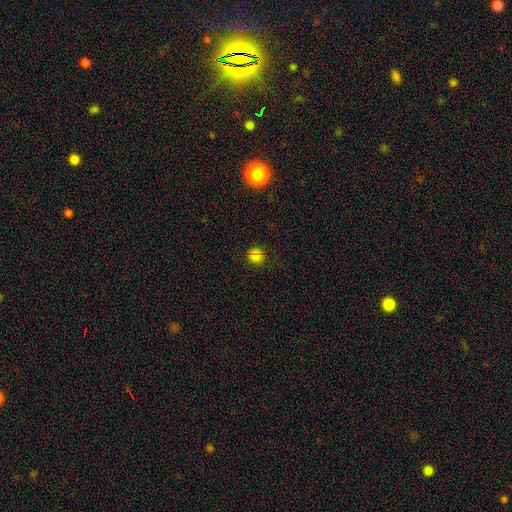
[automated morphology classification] smooth-or-featured: smooth: 77% | star or artifact: 18% | featured or disk: 6%
  how-rounded: round: 89% | in between: 10% | cigar-shaped: 1%
  merging: none: 83% | minor disturbance: 12% | major disturbance: 3% | merger: 2%